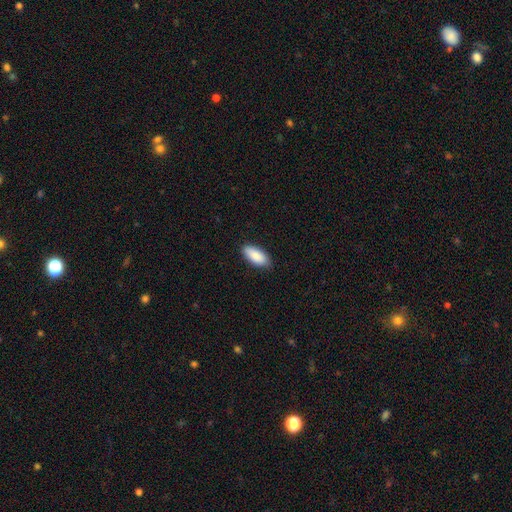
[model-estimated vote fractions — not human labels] Smooth or featured? smooth (88%)
How rounded? in between (89%)
Merging? none (86%)